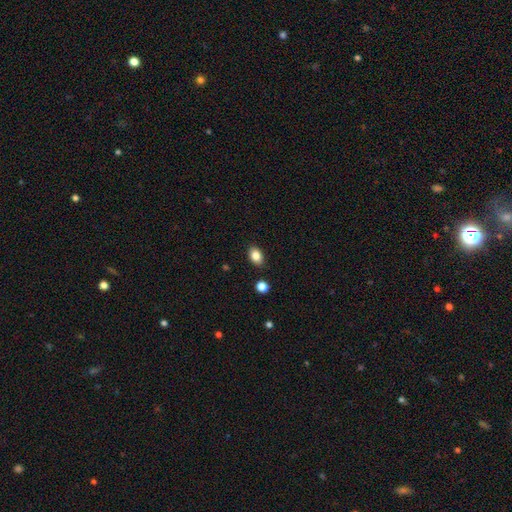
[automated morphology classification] smooth-or-featured: smooth: 86% | star or artifact: 9% | featured or disk: 6%
  how-rounded: in between: 80% | round: 19% | cigar-shaped: 1%
  merging: none: 87% | minor disturbance: 9% | merger: 2% | major disturbance: 2%